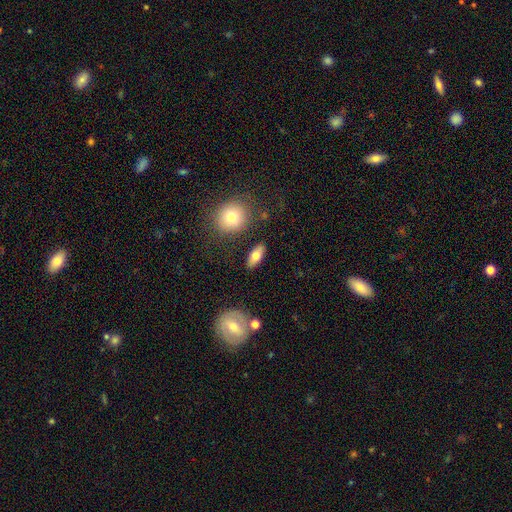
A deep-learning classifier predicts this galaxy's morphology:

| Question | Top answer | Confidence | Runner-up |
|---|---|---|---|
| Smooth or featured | smooth | 71% | featured or disk (22%) |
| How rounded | in between | 80% | cigar-shaped (15%) |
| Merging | none | 86% | minor disturbance (9%) |